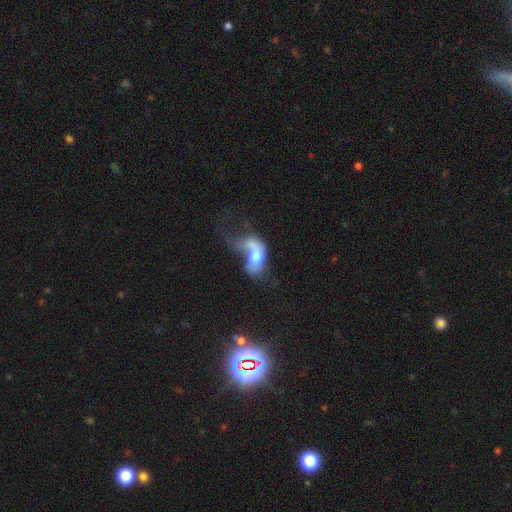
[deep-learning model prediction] smooth 53%, featured or disk 38%, star or artifact 9%. Down the decision tree: how rounded — in between (84%); merging — merger (55%).